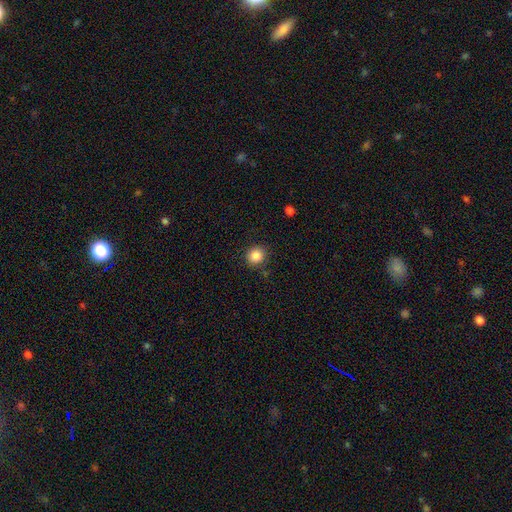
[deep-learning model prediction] Morphology: type=smooth (86%); roundness=round (88%); merging=none (87%).